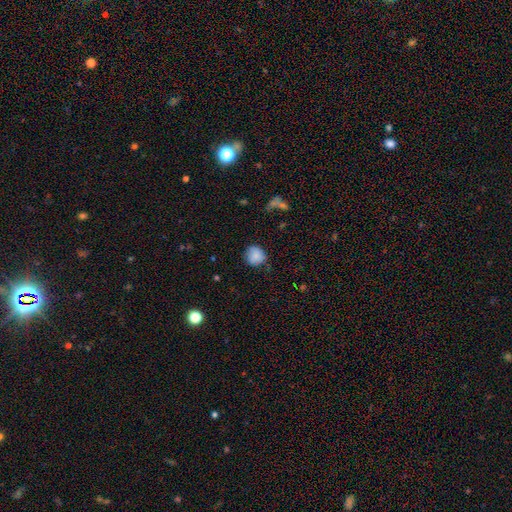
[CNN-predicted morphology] A smooth galaxy with no disk features (82%) that is round (84%).

Vote fractions:
- Smooth or featured? smooth: 82% / star or artifact: 9% / featured or disk: 9%
- How rounded? round: 84% / in between: 15% / cigar-shaped: 1%
- Merging? none: 68% / minor disturbance: 24% / major disturbance: 6% / merger: 2%